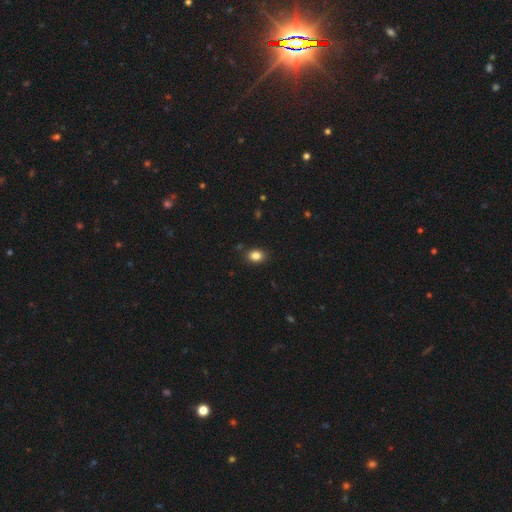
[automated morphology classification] This is clearly a smooth galaxy (85%). How rounded: likely in between (61%). Merging: clearly none (87%).